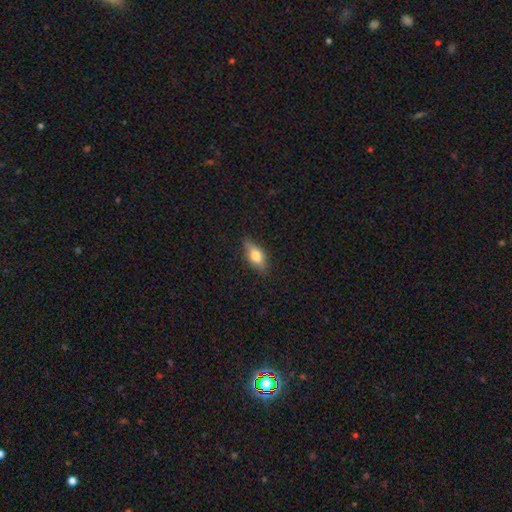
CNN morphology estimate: Smooth or featured? smooth (57%)
How rounded? in between (72%)
Merging? none (83%)